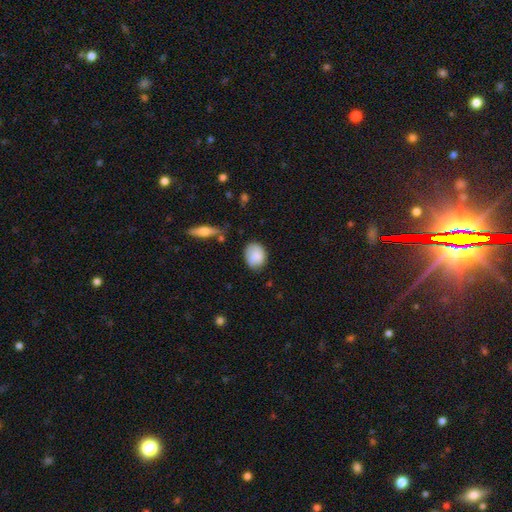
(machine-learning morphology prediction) A smooth galaxy with no disk features (80%) that is in between round and cigar-shaped (50%).

Vote fractions:
- Smooth or featured? smooth: 80% / featured or disk: 13% / star or artifact: 7%
- How rounded? in between: 50% / round: 49% / cigar-shaped: 1%
- Merging? none: 69% / minor disturbance: 24% / major disturbance: 5% / merger: 3%